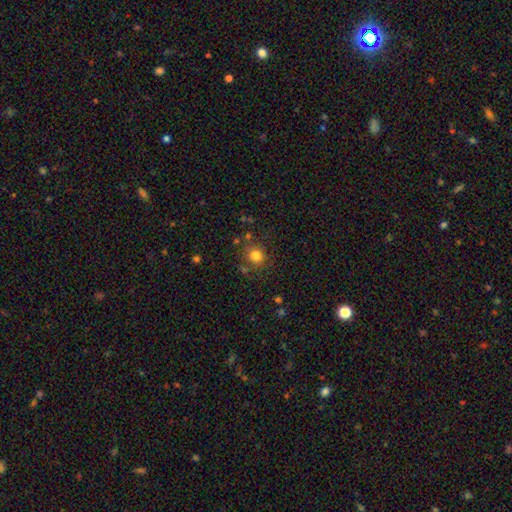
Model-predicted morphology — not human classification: Smooth or featured? smooth (80%)
How rounded? round (88%)
Merging? none (77%)